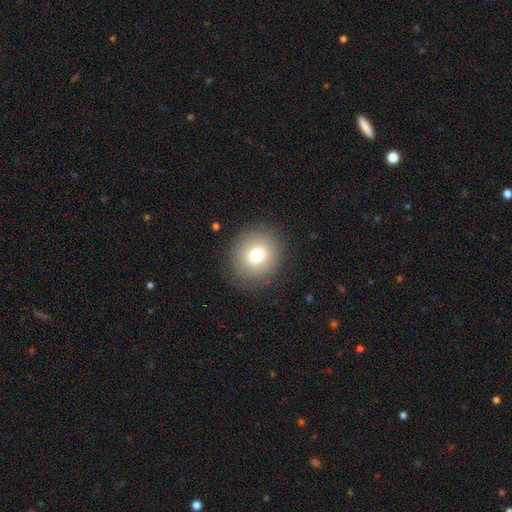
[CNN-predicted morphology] smooth_or_featured: smooth (p=0.73) [alt: star or artifact p=0.14]
how_rounded: round (p=0.87) [alt: in between p=0.12]
merging: none (p=0.90) [alt: minor disturbance p=0.07]